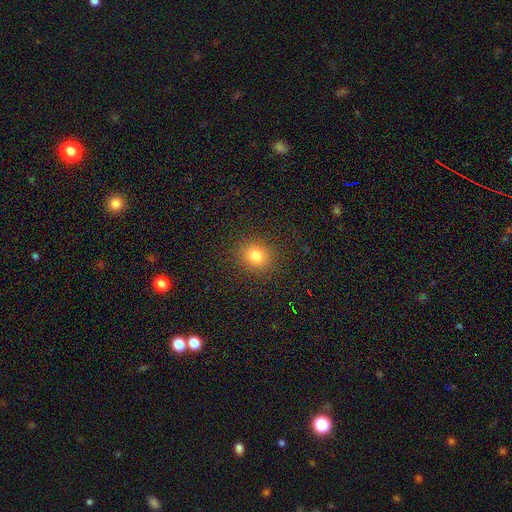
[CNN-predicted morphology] This appears to be a smooth galaxy with no disk features (79%) that is round (81%). Merging: none (89%).